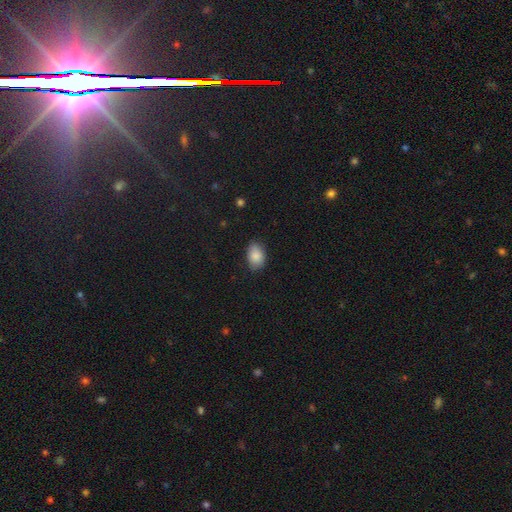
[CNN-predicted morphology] A smooth galaxy with no disk features (88%) that is in between round and cigar-shaped (86%).

Vote fractions:
- Smooth or featured? smooth: 88% / star or artifact: 7% / featured or disk: 5%
- How rounded? in between: 86% / round: 13% / cigar-shaped: 1%
- Merging? none: 82% / minor disturbance: 14% / major disturbance: 3% / merger: 1%